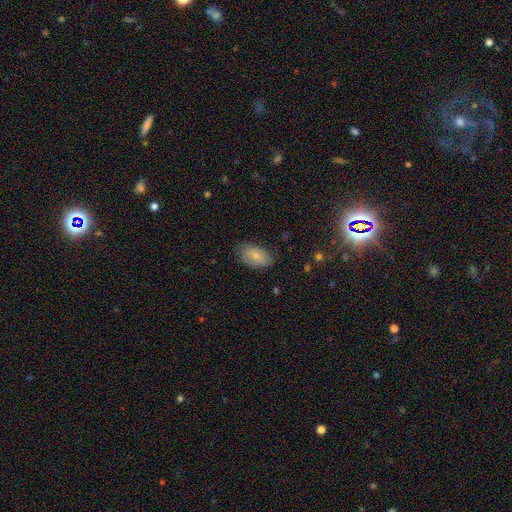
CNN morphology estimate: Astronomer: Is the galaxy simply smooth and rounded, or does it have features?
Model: smooth — 81%.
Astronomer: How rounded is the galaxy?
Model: in between — 93%.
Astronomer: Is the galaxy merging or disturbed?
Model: none — 77%.